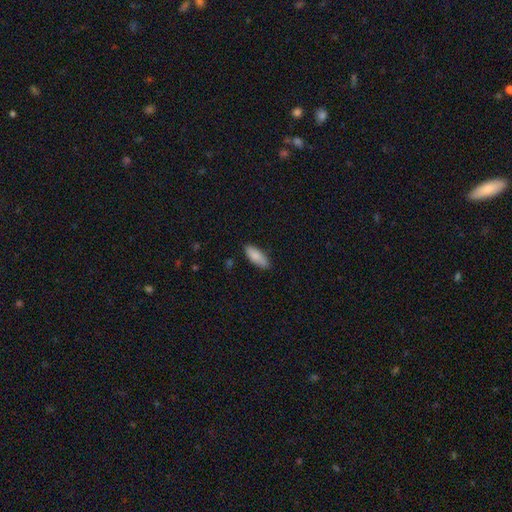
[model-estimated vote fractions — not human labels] smooth 86%, featured or disk 8%, star or artifact 6%. Down the decision tree: how rounded — in between (76%); merging — none (83%).